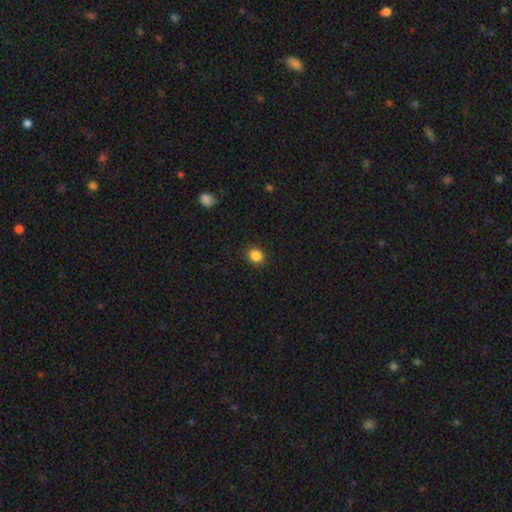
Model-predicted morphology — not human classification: Smooth or featured: smooth — 85% (star or artifact — 11%)
How rounded: round — 66% (in between — 33%)
Merging: none — 89% (minor disturbance — 8%)